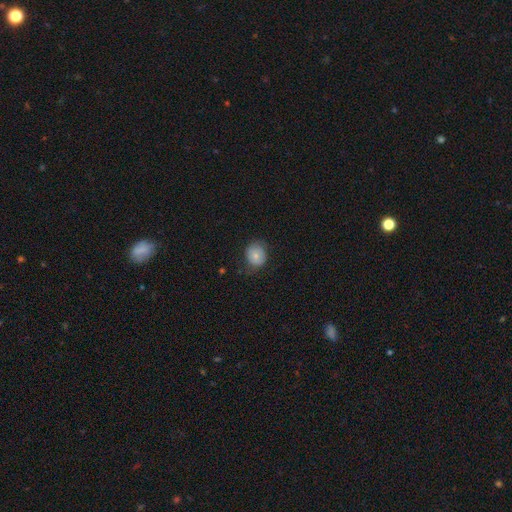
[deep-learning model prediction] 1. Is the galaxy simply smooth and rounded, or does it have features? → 73% smooth, 19% featured or disk, 8% star or artifact.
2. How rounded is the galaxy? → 73% round, 26% in between, 1% cigar-shaped.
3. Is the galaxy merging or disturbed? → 67% none, 24% minor disturbance, 8% major disturbance, 1% merger.